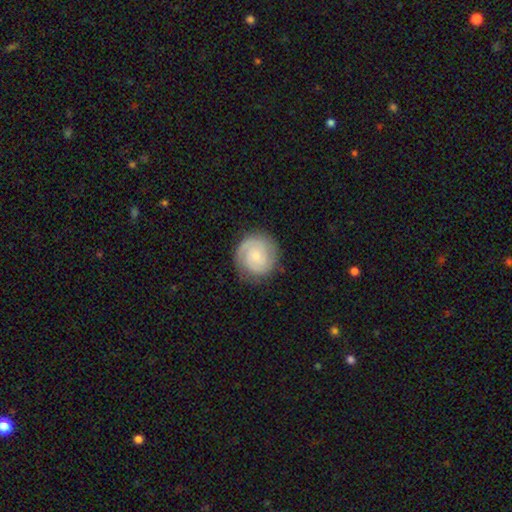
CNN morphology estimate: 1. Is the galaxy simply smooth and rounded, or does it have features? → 72% featured or disk, 22% smooth, 6% star or artifact.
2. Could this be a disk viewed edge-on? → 98% no, 2% yes.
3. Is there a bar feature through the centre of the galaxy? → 69% no, 28% weak, 4% strong.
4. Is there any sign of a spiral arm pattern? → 95% yes, 5% no.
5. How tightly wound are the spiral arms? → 67% tight, 27% medium, 6% loose.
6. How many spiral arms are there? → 59% 2, 16% can't tell, 12% 3, 8% 1, 3% 4, 3% more than 4.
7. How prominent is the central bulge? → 66% small, 25% moderate, 5% none, 2% large, 1% dominant.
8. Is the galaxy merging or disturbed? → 82% none, 13% minor disturbance, 4% major disturbance, 1% merger.